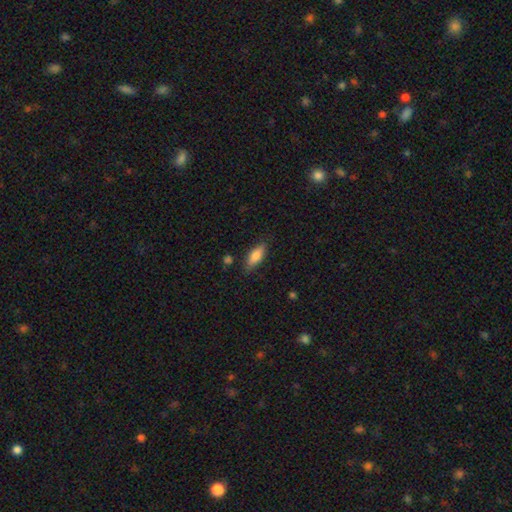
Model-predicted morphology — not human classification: This appears to be a smooth galaxy with no disk features (81%) that is in between round and cigar-shaped (69%). Merging: none (81%).